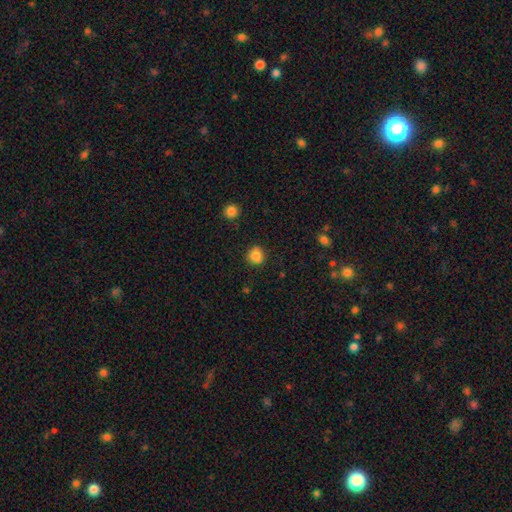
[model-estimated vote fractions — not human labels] smooth_or_featured: smooth (p=0.85) [alt: star or artifact p=0.11]
how_rounded: round (p=0.85) [alt: in between p=0.14]
merging: none (p=0.84) [alt: minor disturbance p=0.11]